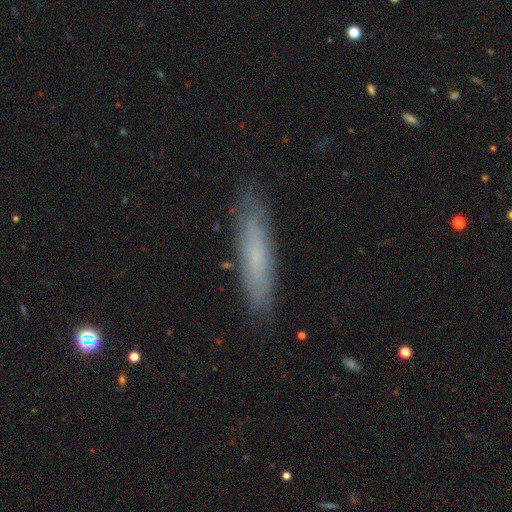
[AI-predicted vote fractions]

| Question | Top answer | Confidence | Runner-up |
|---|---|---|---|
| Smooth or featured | smooth | 57% | featured or disk (35%) |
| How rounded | cigar-shaped | 82% | in between (17%) |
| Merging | none | 85% | minor disturbance (12%) |